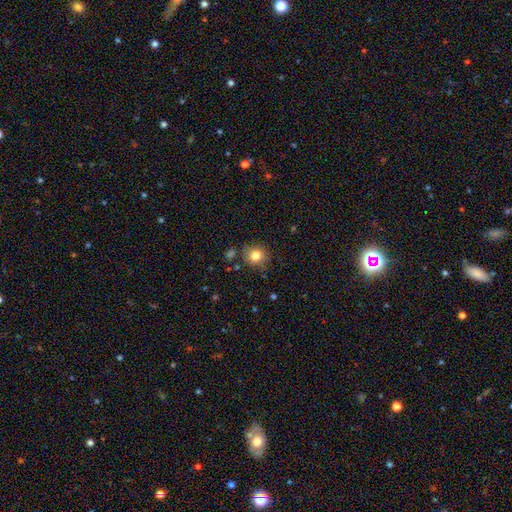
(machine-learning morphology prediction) smooth-or-featured: smooth: 81% | star or artifact: 12% | featured or disk: 7%
  how-rounded: round: 87% | in between: 12% | cigar-shaped: 1%
  merging: none: 81% | minor disturbance: 12% | merger: 4% | major disturbance: 3%